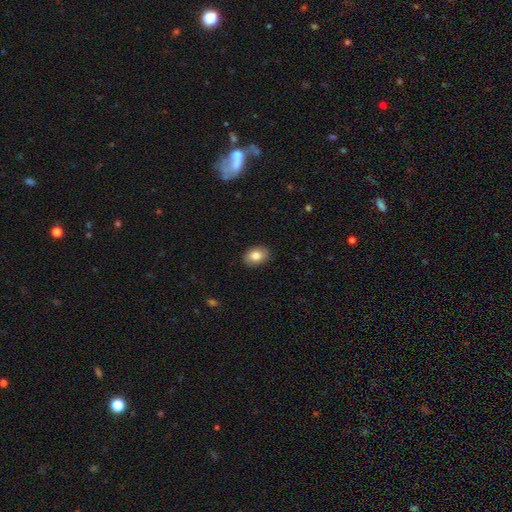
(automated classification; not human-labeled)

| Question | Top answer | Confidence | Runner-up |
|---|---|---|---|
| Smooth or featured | smooth | 85% | featured or disk (8%) |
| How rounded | in between | 81% | round (18%) |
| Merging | none | 89% | minor disturbance (8%) |